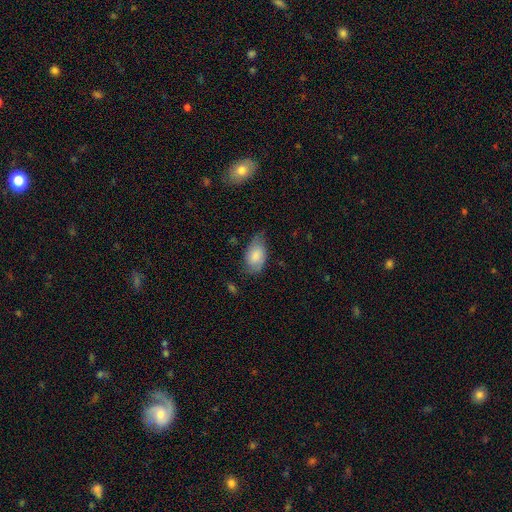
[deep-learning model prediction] smooth-or-featured: smooth: 75% | featured or disk: 19% | star or artifact: 7%
  how-rounded: in between: 92% | round: 6% | cigar-shaped: 2%
  merging: none: 53% | minor disturbance: 35% | major disturbance: 10% | merger: 2%